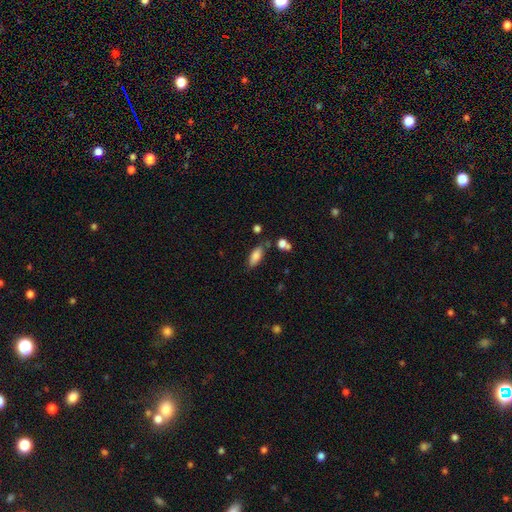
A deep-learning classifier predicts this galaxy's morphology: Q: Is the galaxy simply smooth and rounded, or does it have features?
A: smooth — 82%.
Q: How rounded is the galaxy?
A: in between — 80%.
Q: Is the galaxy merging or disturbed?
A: none — 71%.